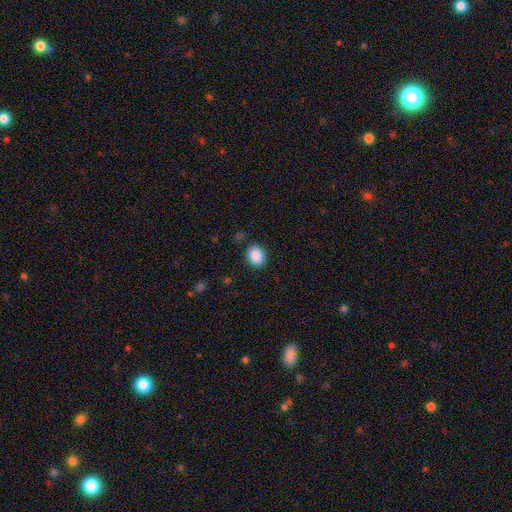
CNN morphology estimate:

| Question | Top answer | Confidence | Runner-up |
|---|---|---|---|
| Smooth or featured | smooth | 88% | star or artifact (8%) |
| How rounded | in between | 57% | round (42%) |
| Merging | none | 87% | minor disturbance (9%) |